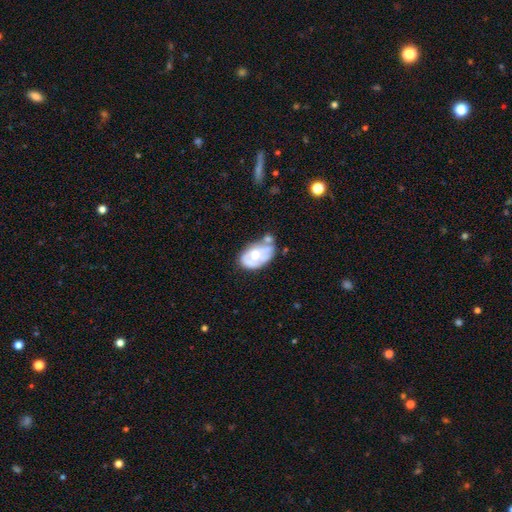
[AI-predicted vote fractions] Morphology: type=featured or disk (58%); edge-on=no (96%); bar=no (81%); spiral arms=no (70%); bulge=moderate (62%); merging=none (30%).